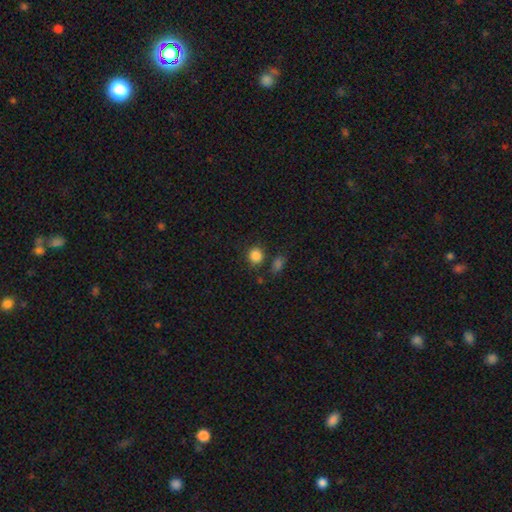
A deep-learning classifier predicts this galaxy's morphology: A smooth galaxy with no disk features (85%) that is round (86%).

Vote fractions:
- Smooth or featured? smooth: 85% / star or artifact: 11% / featured or disk: 4%
- How rounded? round: 86% / in between: 13% / cigar-shaped: 1%
- Merging? none: 77% / minor disturbance: 11% / merger: 8% / major disturbance: 4%